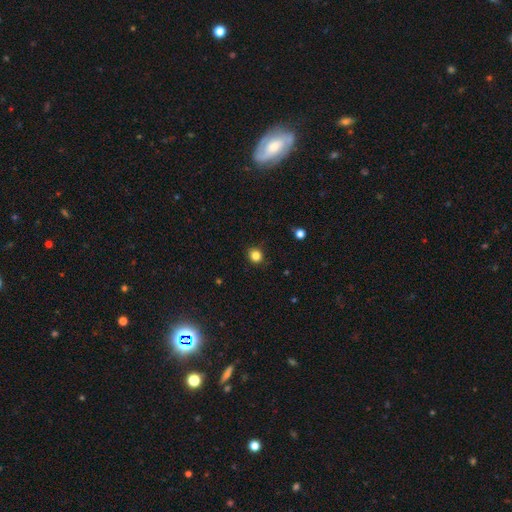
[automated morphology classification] The model was most divided on "smooth or featured": smooth: 83%, star or artifact: 12%, featured or disk: 4%. More confident: merging — none (88%); how rounded — round (86%).